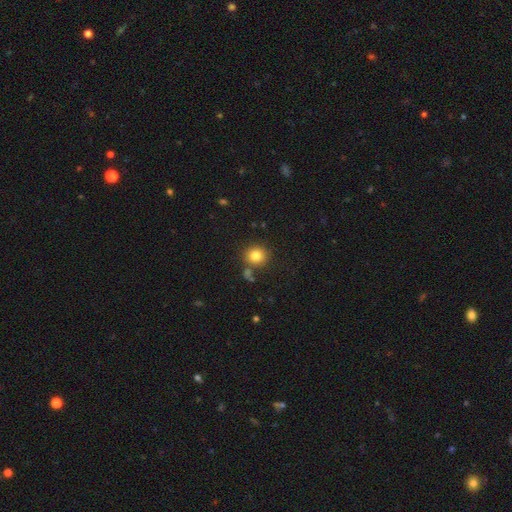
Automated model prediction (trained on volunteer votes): smooth-or-featured: smooth: 81% | star or artifact: 12% | featured or disk: 7%
  how-rounded: round: 88% | in between: 11% | cigar-shaped: 1%
  merging: none: 78% | minor disturbance: 9% | merger: 9% | major disturbance: 3%